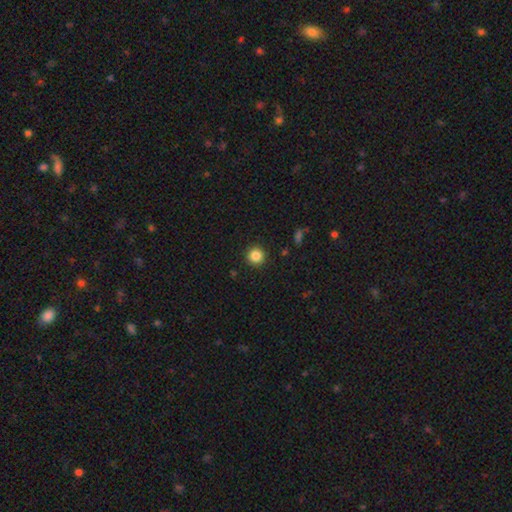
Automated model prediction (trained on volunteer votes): smooth_or_featured: smooth (p=0.86) [alt: star or artifact p=0.10]
how_rounded: round (p=0.95) [alt: in between p=0.04]
merging: none (p=0.92) [alt: minor disturbance p=0.05]